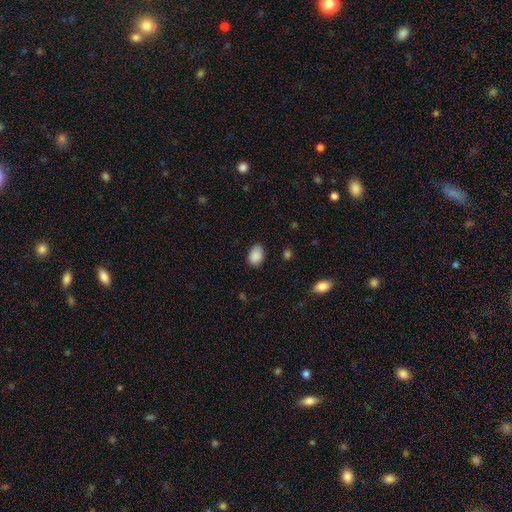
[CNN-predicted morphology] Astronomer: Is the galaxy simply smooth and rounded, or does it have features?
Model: smooth — 89%.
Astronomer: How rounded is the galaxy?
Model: in between — 79%.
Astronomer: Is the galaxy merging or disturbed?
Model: none — 76%.